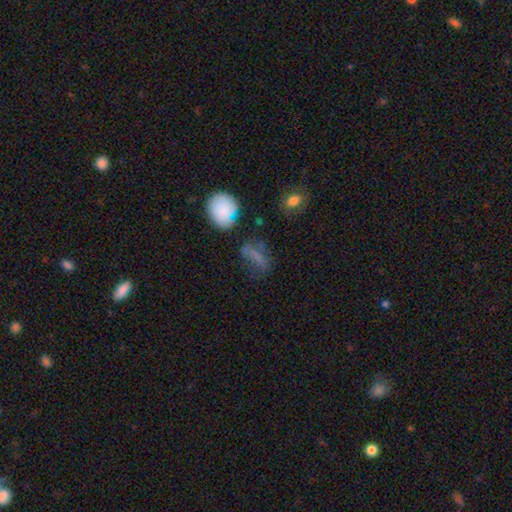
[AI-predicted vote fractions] Q: Smooth or featured?
A: smooth (63%); runner-up: featured or disk (19%)
Q: How rounded?
A: in between (61%); runner-up: cigar-shaped (22%)
Q: Merging?
A: none (48%); runner-up: minor disturbance (23%)